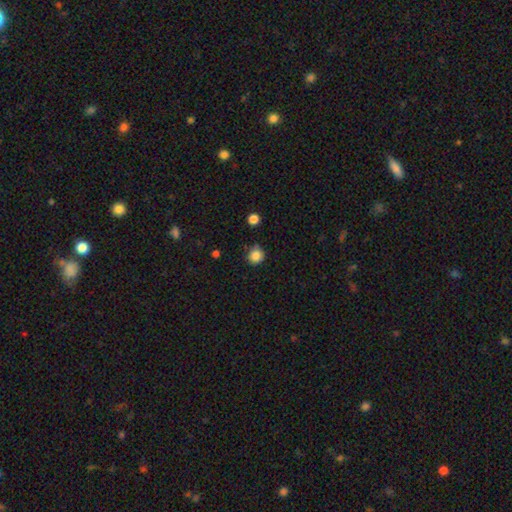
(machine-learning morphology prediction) Smooth or featured? Predicted: smooth (p=0.84). How rounded? Predicted: round (p=0.90). Merging? Predicted: none (p=0.78).